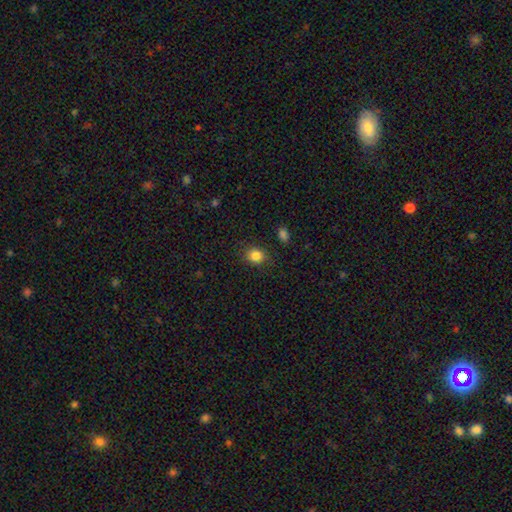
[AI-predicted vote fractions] Overall: smooth (85%). How rounded: round (71%). Merging: none (85%).